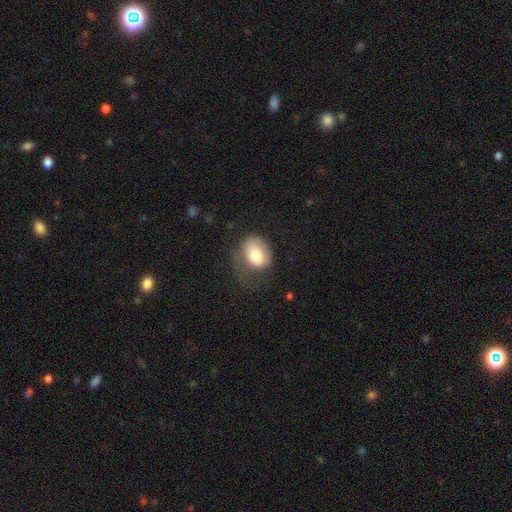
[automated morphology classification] Smooth or featured?
  - smooth: 75% *
  - featured or disk: 18%
  - star or artifact: 7%
How rounded?
  - in between: 64% *
  - round: 35%
  - cigar-shaped: 1%
Merging?
  - none: 36% *
  - major disturbance: 33%
  - minor disturbance: 29%
  - merger: 2%